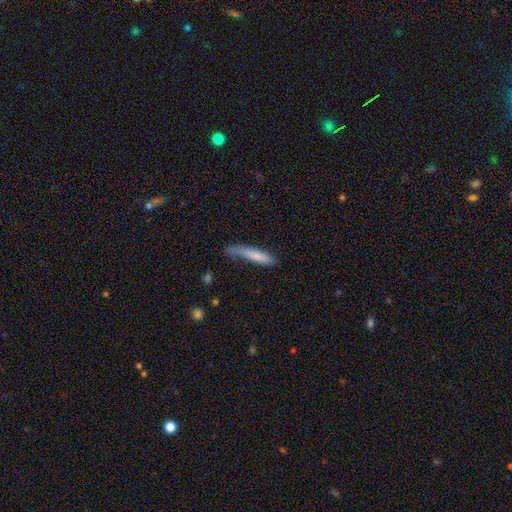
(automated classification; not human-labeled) Smooth or featured?
  - smooth: 72% *
  - featured or disk: 22%
  - star or artifact: 6%
How rounded?
  - cigar-shaped: 90% *
  - in between: 9%
  - round: 1%
Merging?
  - none: 52% *
  - minor disturbance: 30%
  - major disturbance: 14%
  - merger: 5%